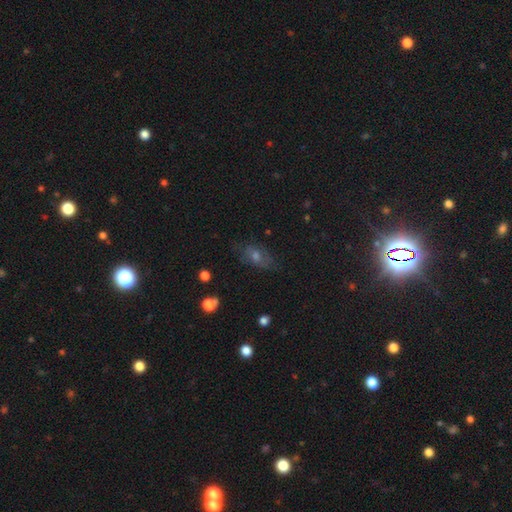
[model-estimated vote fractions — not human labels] This appears to be a smooth galaxy with no disk features (40%). Merging: none (73%).